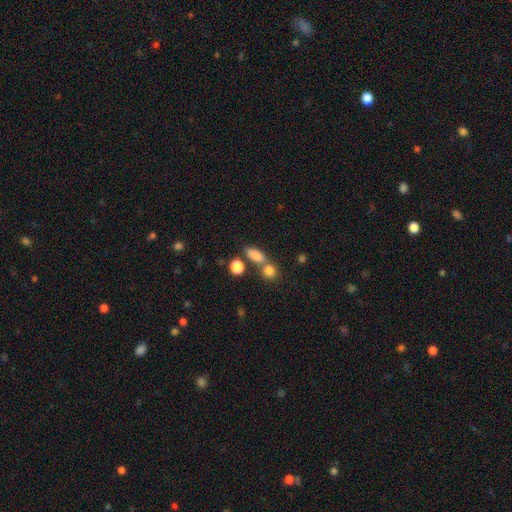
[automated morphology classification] The model was most divided on "merging": none: 54%, merger: 29%, minor disturbance: 12%, major disturbance: 5%. More confident: smooth or featured — smooth (81%); how rounded — in between (73%).